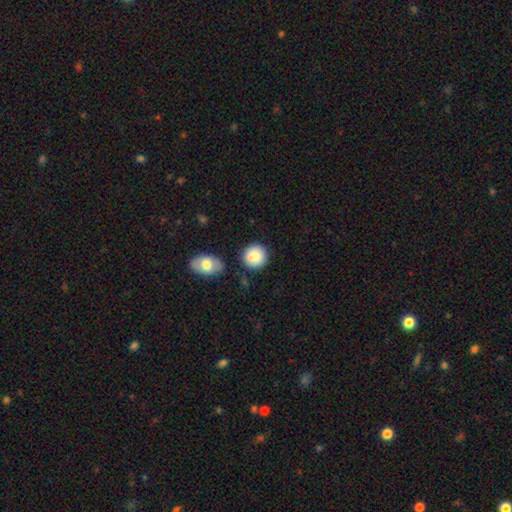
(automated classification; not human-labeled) Smooth or featured? smooth (86%)
How rounded? round (88%)
Merging? none (77%)